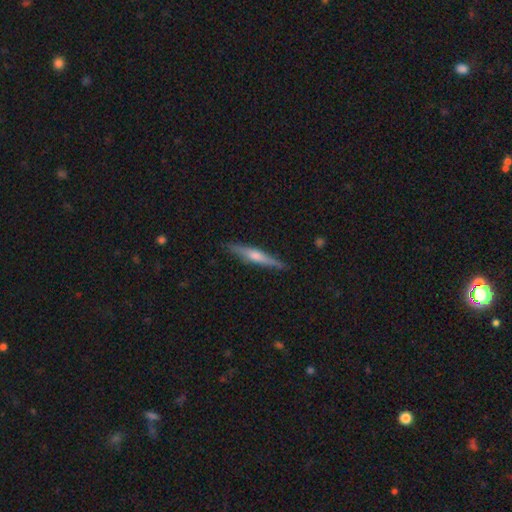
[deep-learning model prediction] This appears to be a featured or disk galaxy (60%) viewed edge-on (97%) with a rounded central bulge (79%). Merging: none (88%).